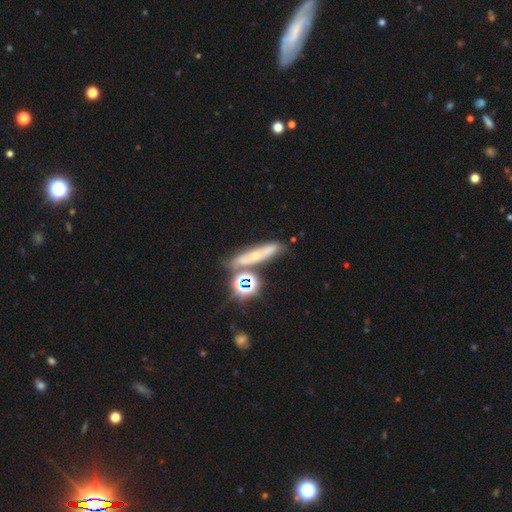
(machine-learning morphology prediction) smooth_or_featured: smooth (p=0.36) [alt: featured or disk p=0.33]
merging: none (p=0.63) [alt: minor disturbance p=0.17]